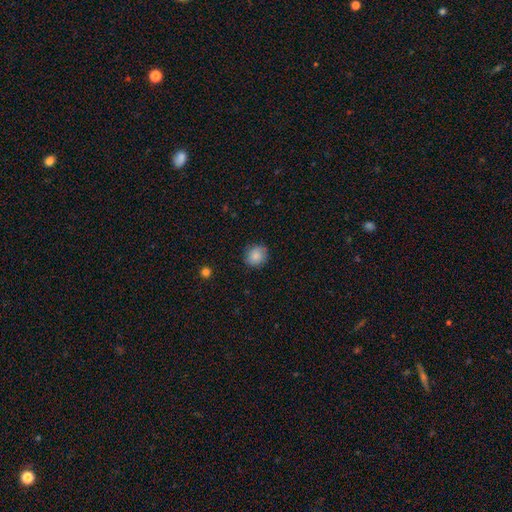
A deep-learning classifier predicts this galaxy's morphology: Overall: smooth (86%). How rounded: round (85%). Merging: none (84%).